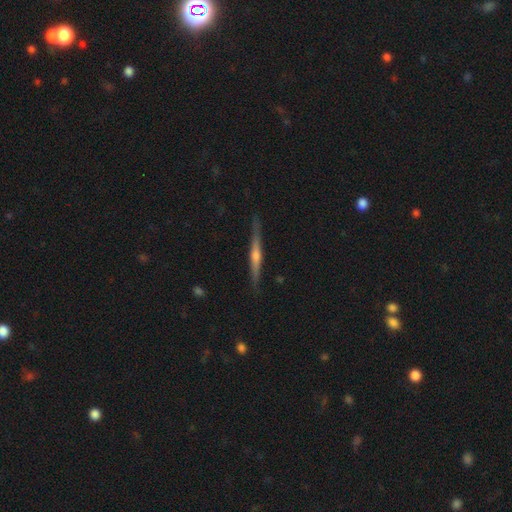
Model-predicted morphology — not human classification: type=featured or disk (74%); edge-on=yes (98%); edge-on bulge=rounded (79%); merging=none (87%).